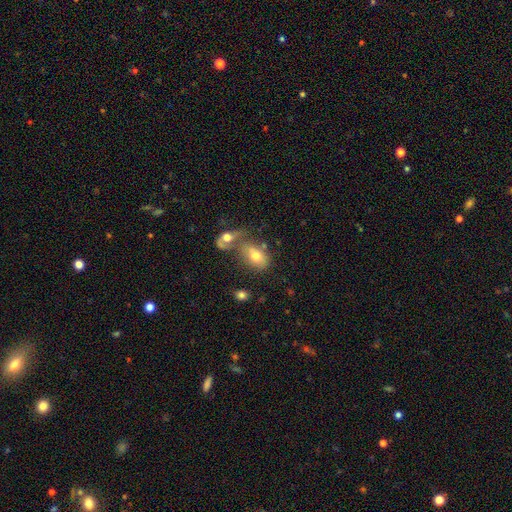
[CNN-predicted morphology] The model was most divided on "merging": merger: 50%, none: 28%, minor disturbance: 12%, major disturbance: 9%. More confident: how rounded — in between (85%); smooth or featured — smooth (70%).